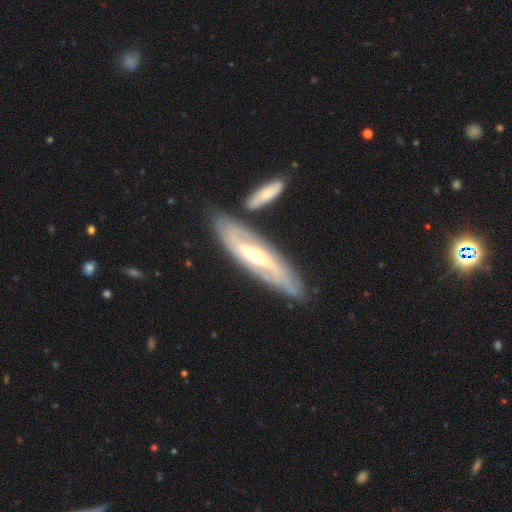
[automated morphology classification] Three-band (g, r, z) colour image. It shows a featured or disk galaxy (83%) with a weak bar (39%), 2 (67%) tight (43%) spiral arms (89%) and a moderate central bulge (59%). Merging: none (73%).